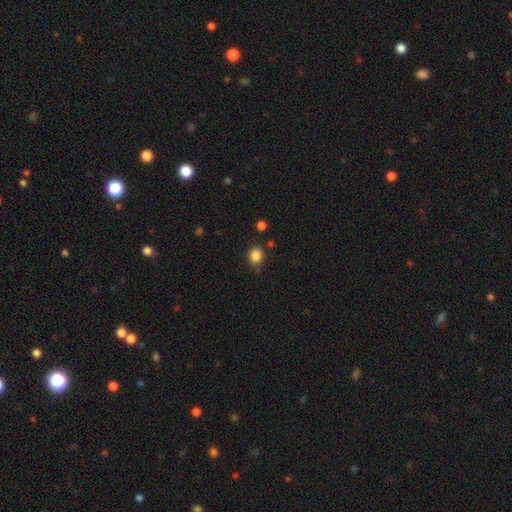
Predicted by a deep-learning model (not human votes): Smooth or featured? Predicted: smooth (p=0.85). How rounded? Predicted: round (p=0.74). Merging? Predicted: none (p=0.79).